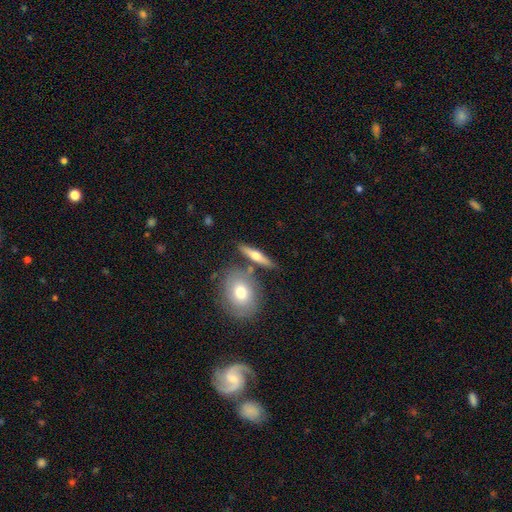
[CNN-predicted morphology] Smooth or featured? Predicted: smooth (p=0.47). Merging? Predicted: none (p=0.73).